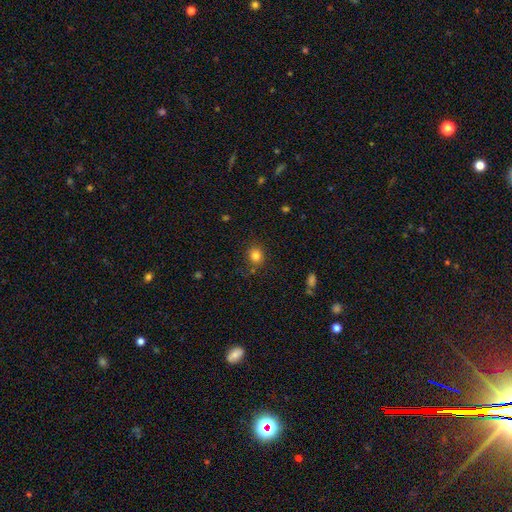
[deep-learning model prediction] smooth 82%, star or artifact 12%, featured or disk 6%. Down the decision tree: how rounded — round (78%); merging — none (83%).